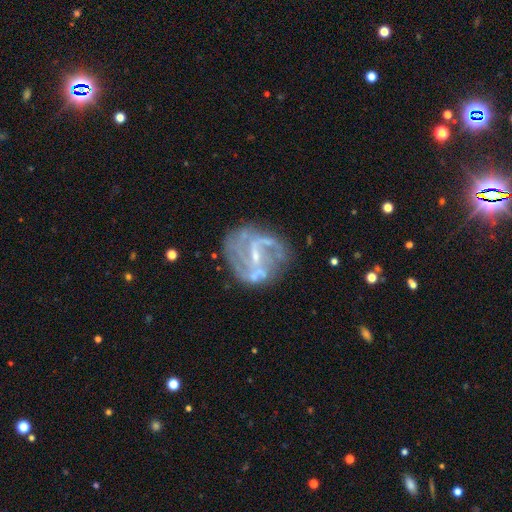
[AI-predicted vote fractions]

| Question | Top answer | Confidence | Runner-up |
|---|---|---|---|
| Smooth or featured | featured or disk | 84% | star or artifact (8%) |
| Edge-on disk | no | 98% | yes (2%) |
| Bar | weak | 47% | strong (36%) |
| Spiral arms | yes | 87% | no (13%) |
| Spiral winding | medium | 43% | loose (35%) |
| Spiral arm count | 2 | 56% | can't tell (20%) |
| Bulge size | small | 69% | moderate (19%) |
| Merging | none | 62% | minor disturbance (19%) |